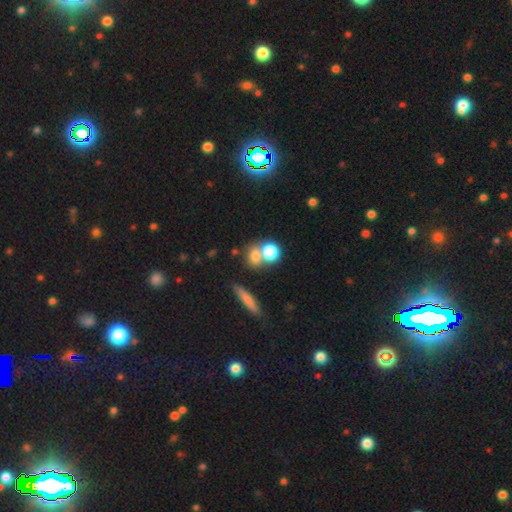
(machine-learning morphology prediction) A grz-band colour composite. It shows a smooth galaxy with no disk features (74%) that is round (66%). Merging: none (47%).